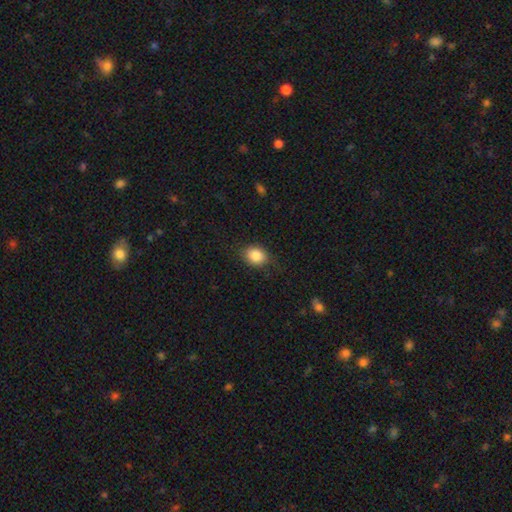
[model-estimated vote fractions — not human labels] smooth 85%, star or artifact 8%, featured or disk 6%. Down the decision tree: how rounded — in between (54%); merging — none (79%).